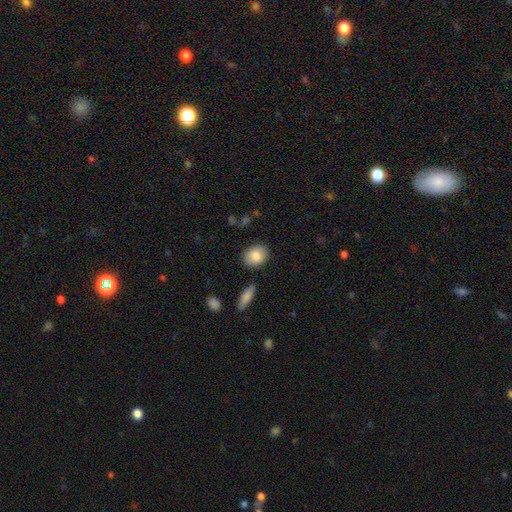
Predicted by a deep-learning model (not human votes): Morphology: type=smooth (82%); roundness=in between (64%); merging=none (85%).